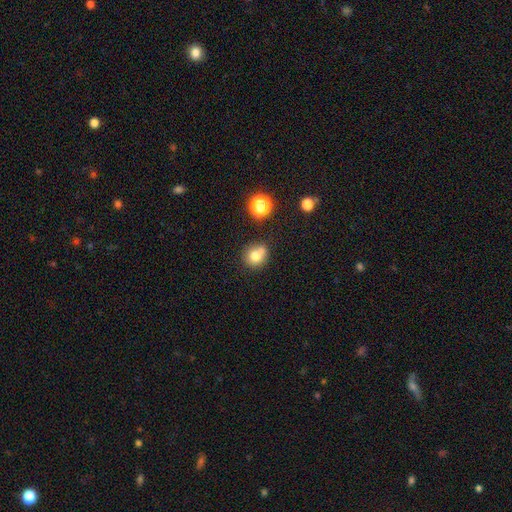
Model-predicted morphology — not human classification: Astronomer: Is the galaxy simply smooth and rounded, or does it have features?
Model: smooth — 76%.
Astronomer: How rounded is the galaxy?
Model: round — 82%.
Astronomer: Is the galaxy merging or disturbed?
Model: none — 54%.